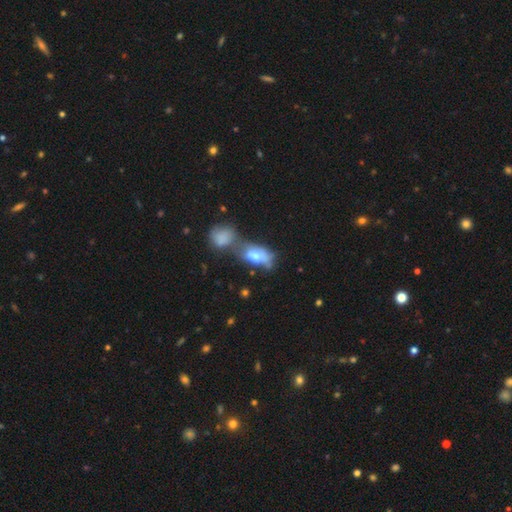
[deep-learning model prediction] Overall: smooth (64%; featured or disk 26%). How rounded: in between (85%). Merging: merger (46%; none 25%).